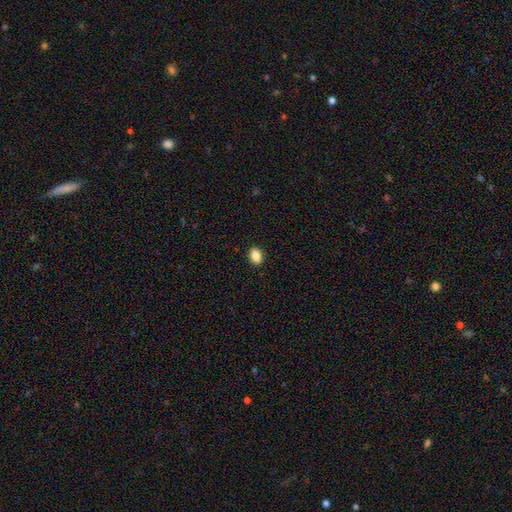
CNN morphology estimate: smooth-or-featured: smooth: 86% | star or artifact: 9% | featured or disk: 5%
  how-rounded: in between: 81% | round: 16% | cigar-shaped: 3%
  merging: none: 90% | minor disturbance: 8% | major disturbance: 2% | merger: 1%